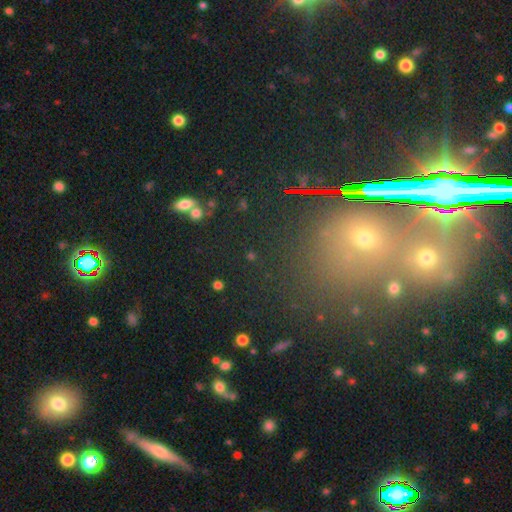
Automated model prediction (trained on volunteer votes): This appears to be a star or artifact, not a galaxy (58%).